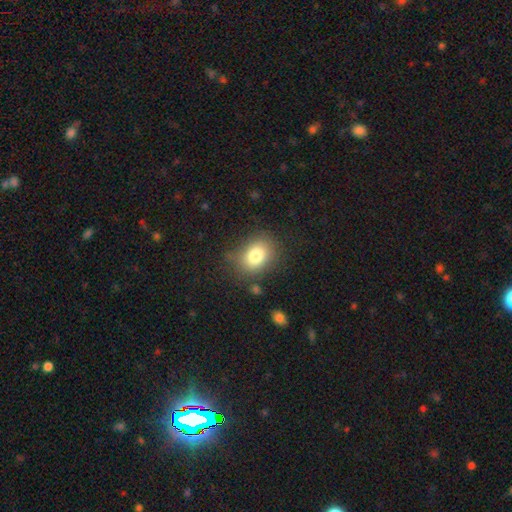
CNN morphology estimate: This appears to be a smooth galaxy with no disk features (80%) that is in between round and cigar-shaped (59%). Merging: none (74%).